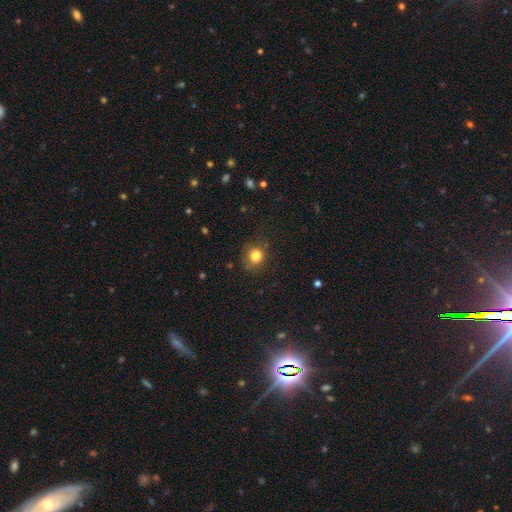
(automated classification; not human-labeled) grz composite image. It shows a smooth galaxy with no disk features (81%) that is round (83%). Merging: none (76%).